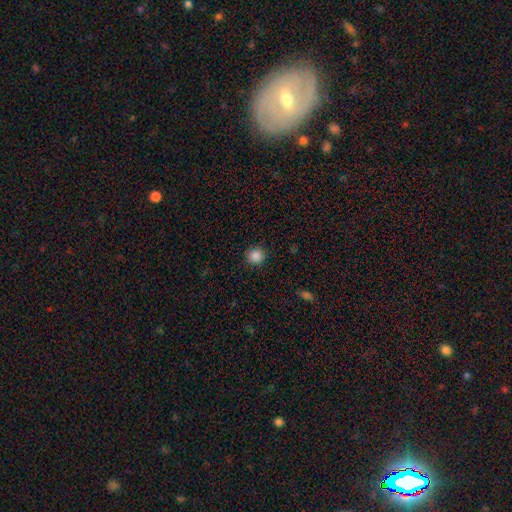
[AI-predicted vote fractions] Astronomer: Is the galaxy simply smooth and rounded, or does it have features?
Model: smooth — 86%.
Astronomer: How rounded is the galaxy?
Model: round — 94%.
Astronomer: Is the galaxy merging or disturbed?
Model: none — 91%.